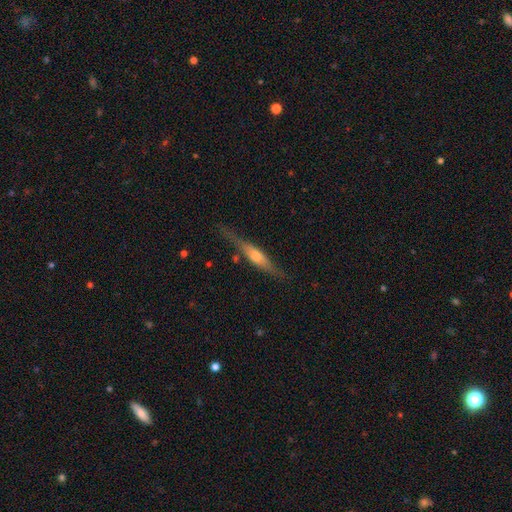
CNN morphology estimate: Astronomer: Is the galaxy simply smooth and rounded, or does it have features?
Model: featured or disk — 67%.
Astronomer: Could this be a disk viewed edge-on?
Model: yes — 94%.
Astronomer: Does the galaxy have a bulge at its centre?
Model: rounded — 73%.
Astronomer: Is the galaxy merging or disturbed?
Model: none — 73%.